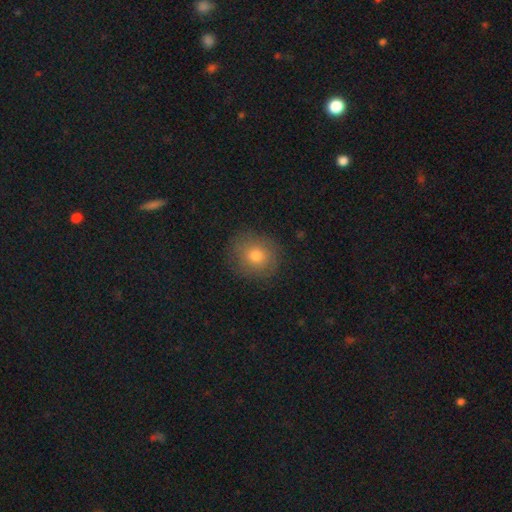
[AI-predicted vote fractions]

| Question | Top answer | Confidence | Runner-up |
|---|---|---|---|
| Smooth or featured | smooth | 74% | featured or disk (15%) |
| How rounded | round | 86% | in between (13%) |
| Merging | none | 83% | minor disturbance (12%) |